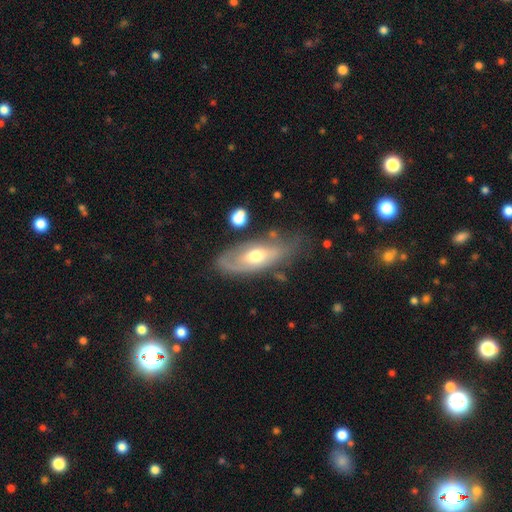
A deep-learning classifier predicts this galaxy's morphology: The model was most divided on "smooth or featured": featured or disk: 55%, smooth: 39%, star or artifact: 6%. More confident: edge-on disk — no (77%); merging — none (59%).